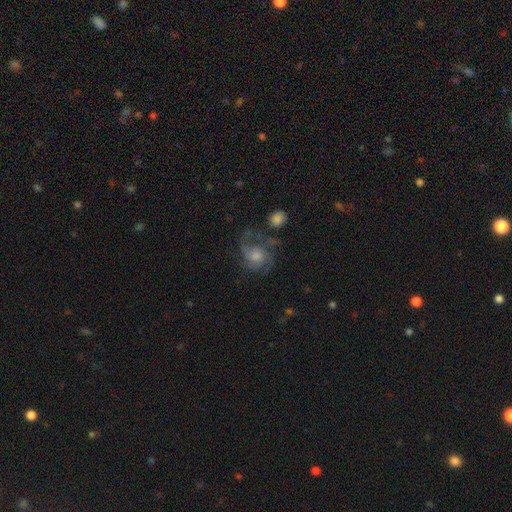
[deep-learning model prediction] A featured or disk galaxy (63%) with no bar (74%), medium (46%) spiral arms (85%) and a moderate central bulge (49%).

Vote fractions:
- Smooth or featured? featured or disk: 63% / smooth: 28% / star or artifact: 9%
- Edge-on disk? no: 98% / yes: 2%
- Bar? no: 74% / weak: 23% / strong: 3%
- Spiral arms? yes: 85% / no: 15%
- Spiral winding? medium: 46% / tight: 28% / loose: 26%
- Spiral arm count? can't tell: 29% / 3: 27% / 2: 21% / 1: 9% / 4: 8% / more than 4: 5%
- Bulge size? moderate: 49% / small: 22% / large: 16% / none: 11% / dominant: 2%
- Merging? none: 41% / major disturbance: 31% / minor disturbance: 20% / merger: 7%